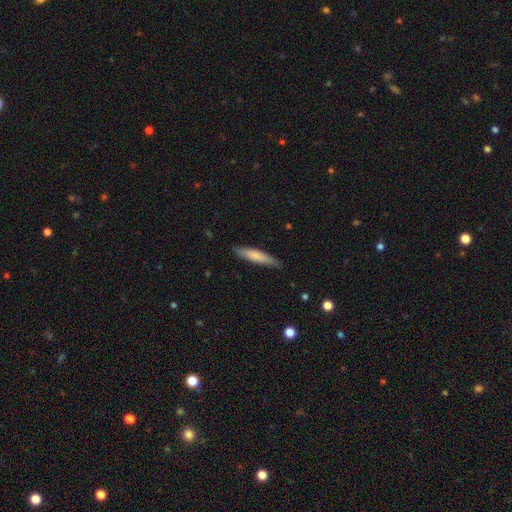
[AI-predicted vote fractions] Smooth or featured: smooth — 72% (featured or disk — 23%)
How rounded: cigar-shaped — 86% (in between — 13%)
Merging: none — 83% (minor disturbance — 14%)